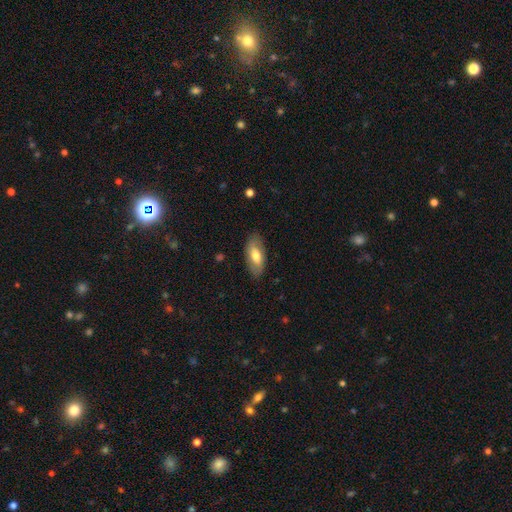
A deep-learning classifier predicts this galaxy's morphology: The model was most divided on "smooth or featured": smooth: 63%, featured or disk: 31%, star or artifact: 6%. More confident: how rounded — in between (88%); merging — none (81%).